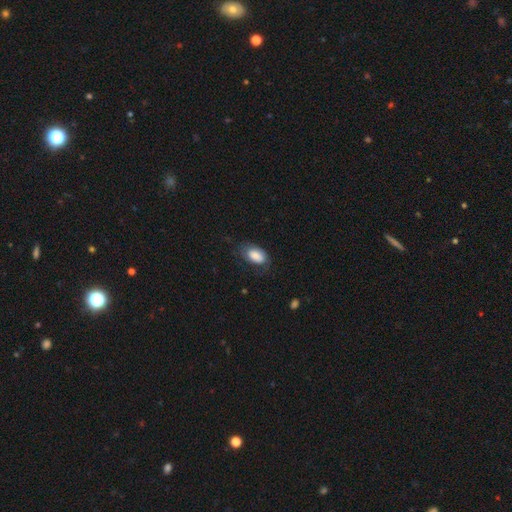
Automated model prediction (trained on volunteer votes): Overall: smooth (82%). How rounded: in between (93%). Merging: none (61%; minor disturbance 26%).